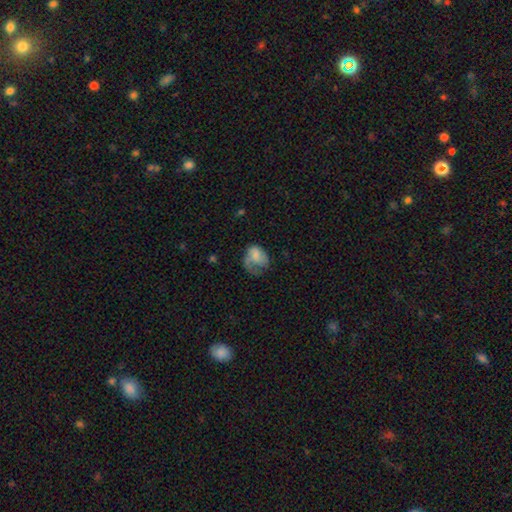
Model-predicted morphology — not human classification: This appears to be a smooth galaxy with no disk features (57%) that is in between round and cigar-shaped (62%). Merging: major disturbance (44%).